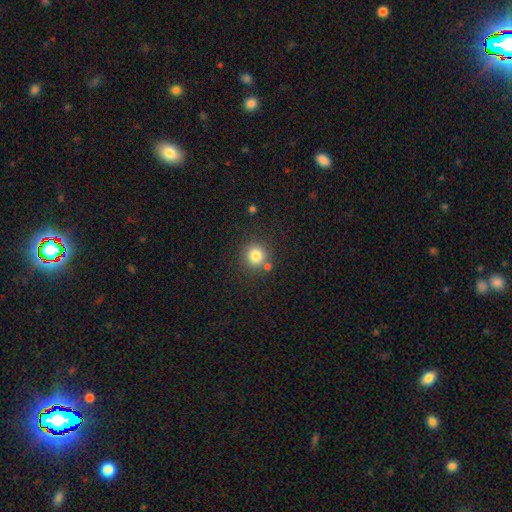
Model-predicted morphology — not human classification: smooth 81%, star or artifact 12%, featured or disk 6%. Down the decision tree: how rounded — round (93%); merging — none (79%).